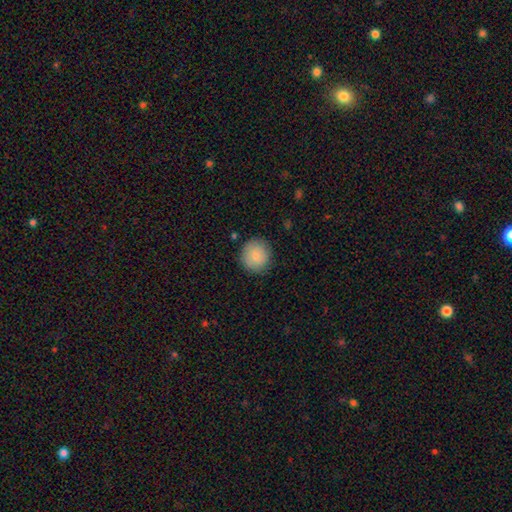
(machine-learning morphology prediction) smooth_or_featured: smooth (p=0.87) [alt: star or artifact p=0.07]
how_rounded: round (p=0.90) [alt: in between p=0.09]
merging: none (p=0.87) [alt: minor disturbance p=0.10]